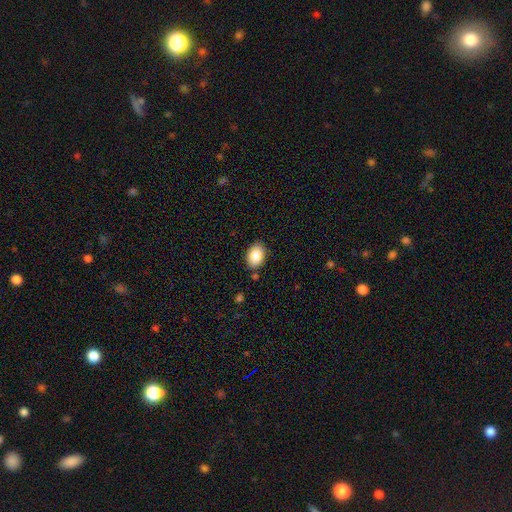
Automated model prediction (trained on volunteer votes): Q: Smooth or featured?
A: smooth (84%); runner-up: featured or disk (8%)
Q: How rounded?
A: in between (82%); runner-up: round (17%)
Q: Merging?
A: none (83%); runner-up: minor disturbance (12%)